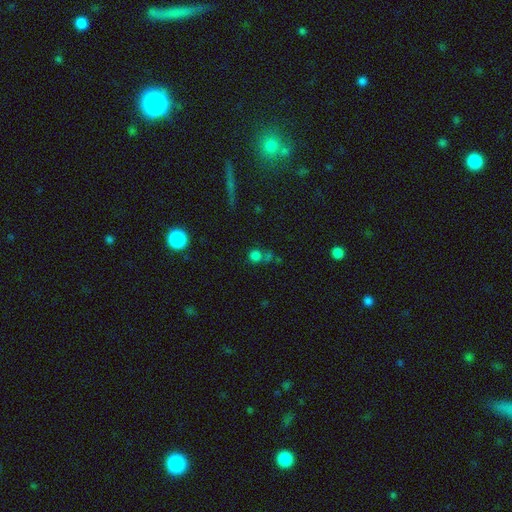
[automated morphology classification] Q: Smooth or featured?
A: smooth (68%); runner-up: star or artifact (24%)
Q: How rounded?
A: round (89%); runner-up: in between (10%)
Q: Merging?
A: none (57%); runner-up: merger (26%)